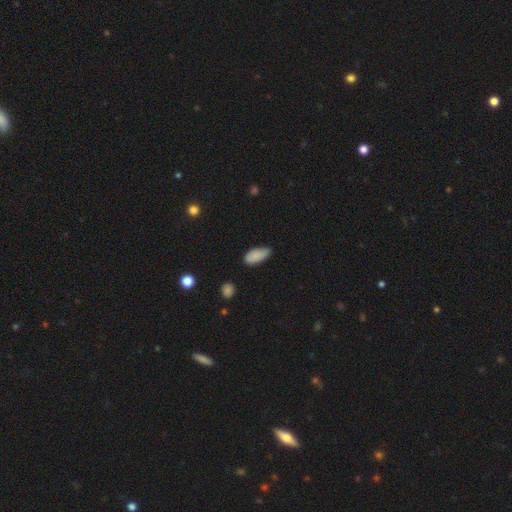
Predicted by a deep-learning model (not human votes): A smooth galaxy with no disk features (85%) that is in between round and cigar-shaped (88%).

Vote fractions:
- Smooth or featured? smooth: 85% / star or artifact: 8% / featured or disk: 8%
- How rounded? in between: 88% / cigar-shaped: 9% / round: 3%
- Merging? none: 55% / minor disturbance: 37% / major disturbance: 6% / merger: 2%